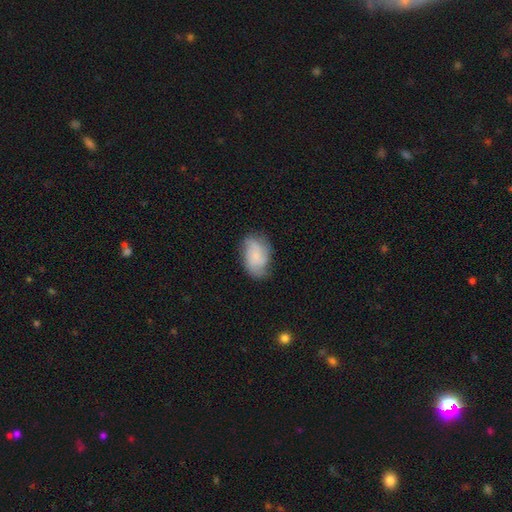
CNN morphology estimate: smooth-or-featured: featured or disk: 48% | smooth: 44% | star or artifact: 8%
  merging: none: 64% | minor disturbance: 25% | major disturbance: 9% | merger: 2%